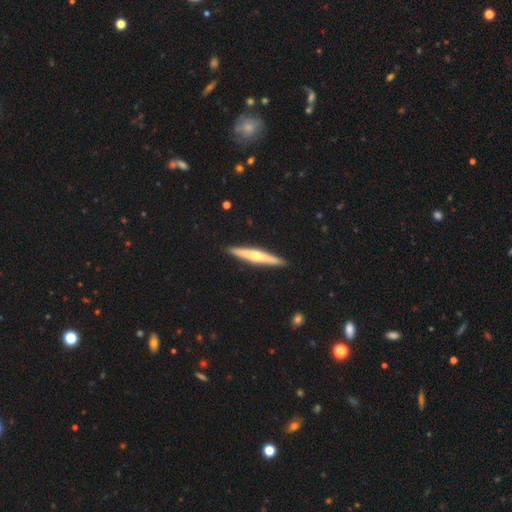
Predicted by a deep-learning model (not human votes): A featured or disk galaxy (62%) viewed edge-on (96%) with a rounded central bulge (85%).

Vote fractions:
- Smooth or featured? featured or disk: 62% / smooth: 33% / star or artifact: 5%
- Edge-on disk? yes: 96% / no: 4%
- Edge-on bulge? rounded: 85% / none: 11% / boxy: 3%
- Merging? none: 91% / minor disturbance: 6% / major disturbance: 1% / merger: 1%